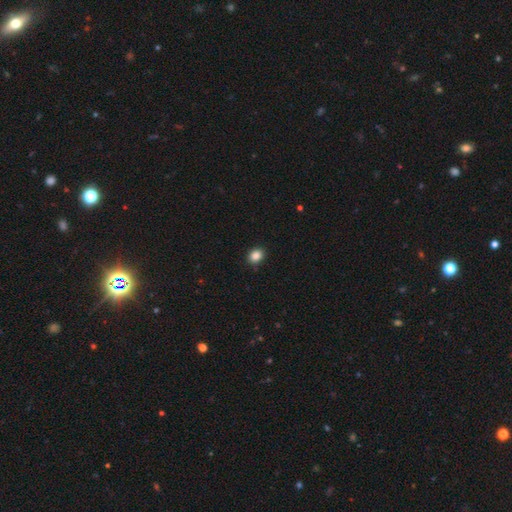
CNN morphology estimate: Smooth or featured? Predicted: smooth (p=0.87). How rounded? Predicted: round (p=0.52). Merging? Predicted: none (p=0.89).